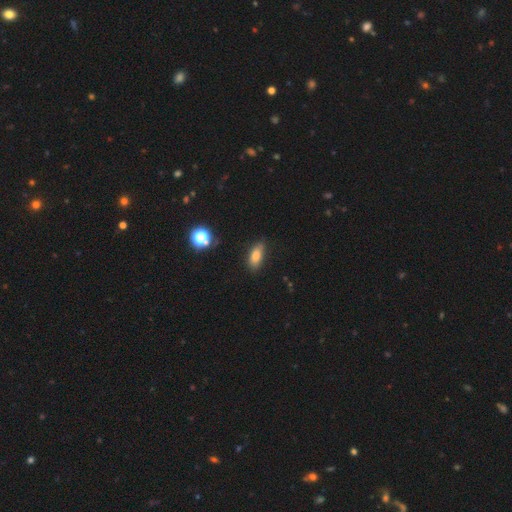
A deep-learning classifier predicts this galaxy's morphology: Smooth or featured: smooth — 80% (star or artifact — 10%)
How rounded: in between — 81% (cigar-shaped — 15%)
Merging: none — 79% (minor disturbance — 16%)